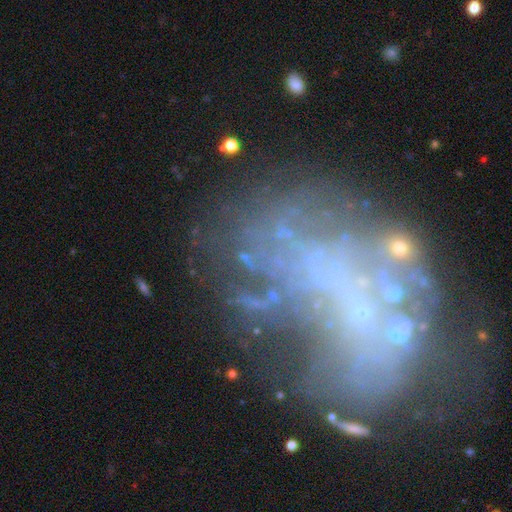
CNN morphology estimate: This appears to be a featured or disk galaxy (51%). Merging: none (55%).